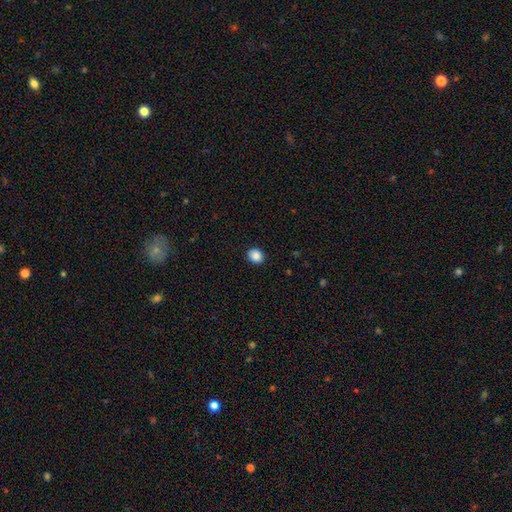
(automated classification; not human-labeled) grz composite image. It shows a smooth galaxy with no disk features (88%) that is round (63%). Merging: none (90%).